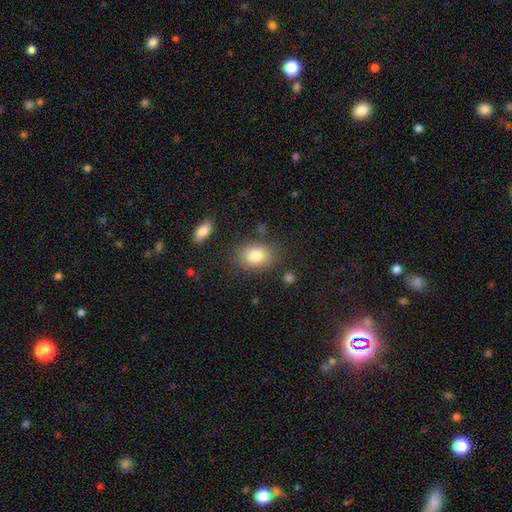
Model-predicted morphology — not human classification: smooth_or_featured: smooth (p=0.82) [alt: featured or disk p=0.10]
how_rounded: in between (p=0.72) [alt: round p=0.27]
merging: none (p=0.80) [alt: minor disturbance p=0.13]